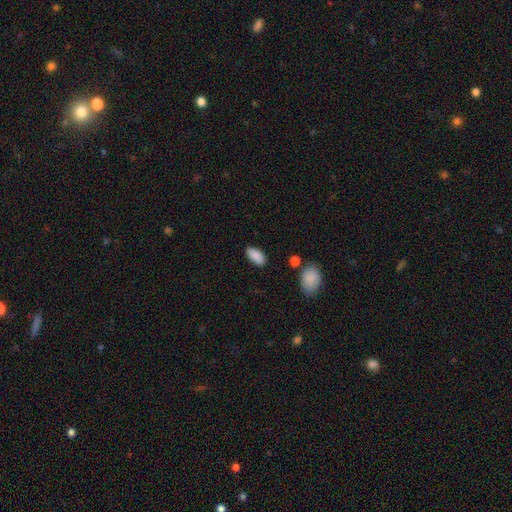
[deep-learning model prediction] smooth 89%, star or artifact 7%, featured or disk 4%. Down the decision tree: how rounded — in between (92%); merging — none (85%).